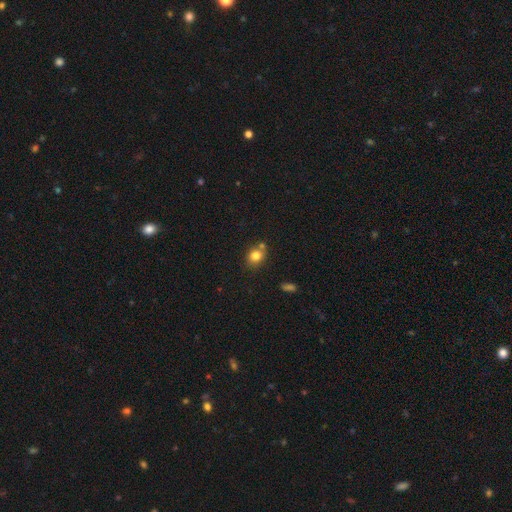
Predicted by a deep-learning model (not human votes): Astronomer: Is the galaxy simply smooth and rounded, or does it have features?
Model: smooth — 80%.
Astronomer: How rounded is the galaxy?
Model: round — 65%.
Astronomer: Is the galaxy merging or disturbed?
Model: none — 63%.